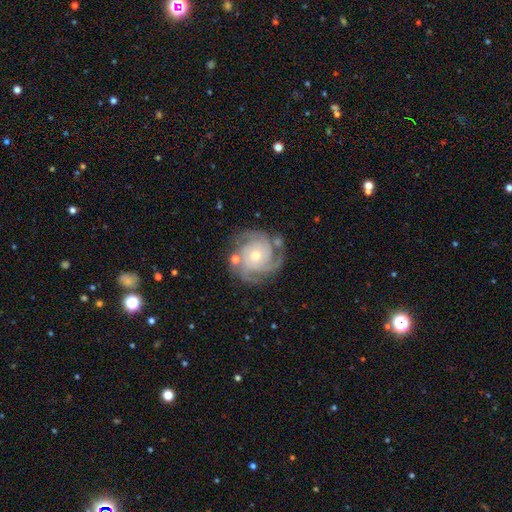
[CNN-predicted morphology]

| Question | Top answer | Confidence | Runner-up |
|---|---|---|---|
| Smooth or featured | featured or disk | 87% | smooth (8%) |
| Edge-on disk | no | 98% | yes (2%) |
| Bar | no | 79% | weak (17%) |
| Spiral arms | yes | 97% | no (3%) |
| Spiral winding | tight | 67% | medium (28%) |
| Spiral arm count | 3 | 39% | 4 (22%) |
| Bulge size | small | 51% | moderate (45%) |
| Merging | none | 73% | minor disturbance (16%) |